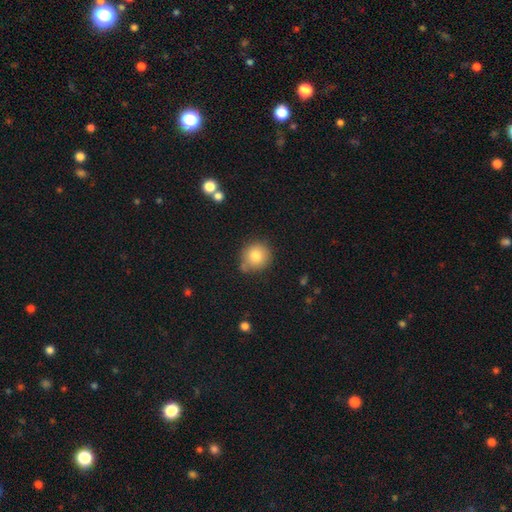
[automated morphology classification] smooth-or-featured: smooth: 80% | star or artifact: 10% | featured or disk: 10%
  how-rounded: round: 90% | in between: 9% | cigar-shaped: 1%
  merging: none: 72% | minor disturbance: 17% | merger: 8% | major disturbance: 4%